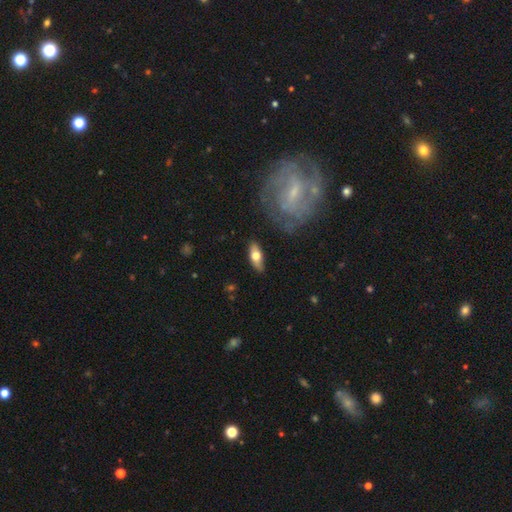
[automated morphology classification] smooth 58%, featured or disk 36%, star or artifact 6%. Down the decision tree: how rounded — in between (73%); merging — none (83%).